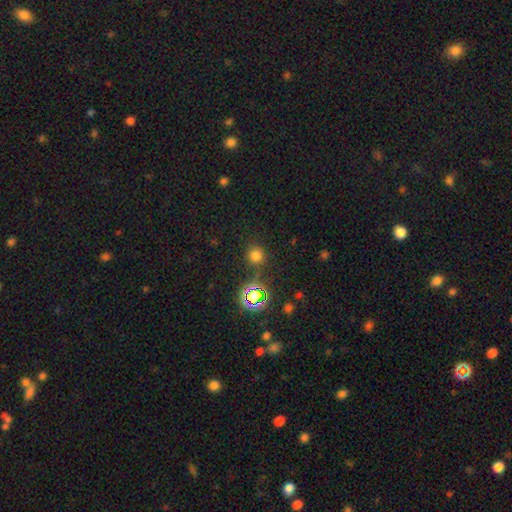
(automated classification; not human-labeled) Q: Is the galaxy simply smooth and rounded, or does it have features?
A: smooth — 68%.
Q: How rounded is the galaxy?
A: round — 91%.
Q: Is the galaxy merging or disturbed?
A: none — 83%.